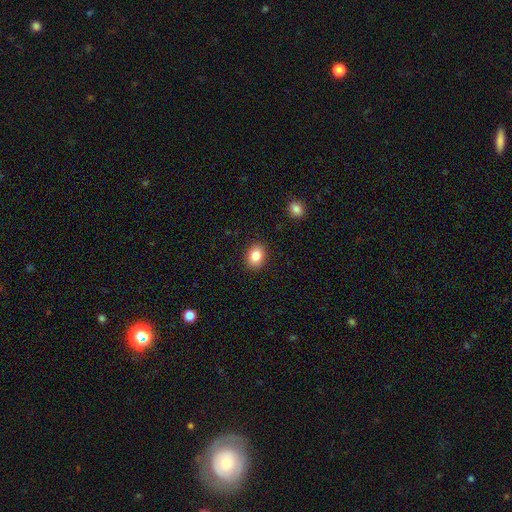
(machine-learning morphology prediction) Smooth or featured?
  - smooth: 85% *
  - star or artifact: 9%
  - featured or disk: 7%
How rounded?
  - in between: 62% *
  - round: 37%
  - cigar-shaped: 1%
Merging?
  - none: 89% *
  - minor disturbance: 8%
  - major disturbance: 2%
  - merger: 1%